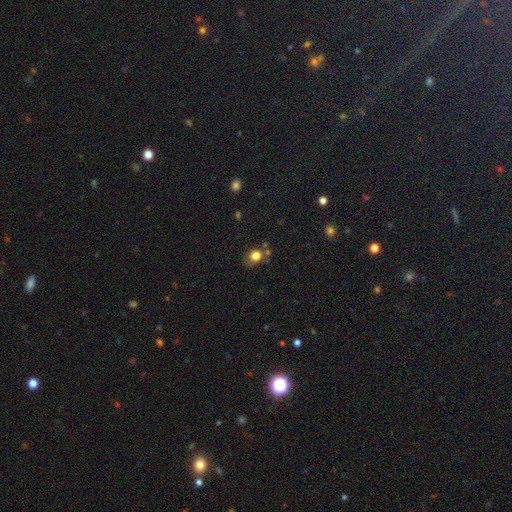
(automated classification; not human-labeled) The model was most divided on "how rounded": round: 68%, in between: 31%, cigar-shaped: 1%. More confident: smooth or featured — smooth (80%); merging — none (59%).